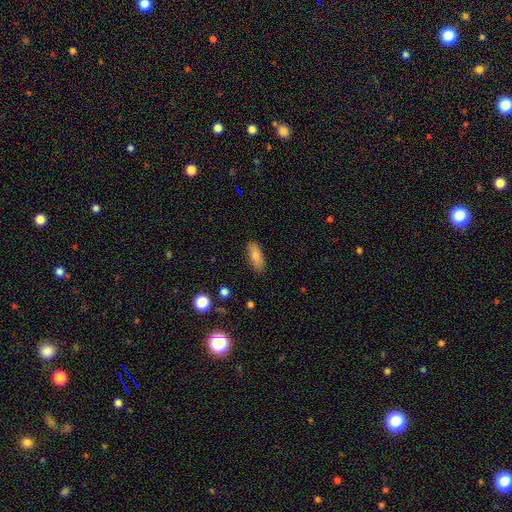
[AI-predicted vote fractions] A smooth galaxy with no disk features (85%) that is in between round and cigar-shaped (75%).

Vote fractions:
- Smooth or featured? smooth: 85% / featured or disk: 8% / star or artifact: 7%
- How rounded? in between: 75% / cigar-shaped: 23% / round: 2%
- Merging? none: 86% / minor disturbance: 10% / major disturbance: 2% / merger: 1%